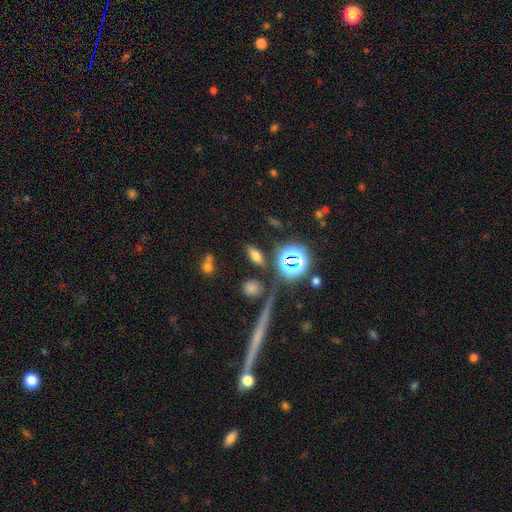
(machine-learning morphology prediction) This is likely a smooth galaxy (61%). How rounded: likely in between (66%). Merging: clearly none (83%).